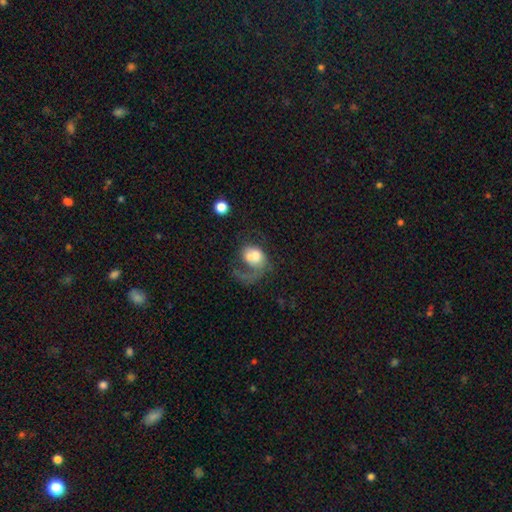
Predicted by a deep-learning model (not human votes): Smooth or featured?
  - featured or disk: 46% *
  - smooth: 45%
  - star or artifact: 9%
Merging?
  - major disturbance: 49% *
  - none: 20%
  - merger: 19%
  - minor disturbance: 12%